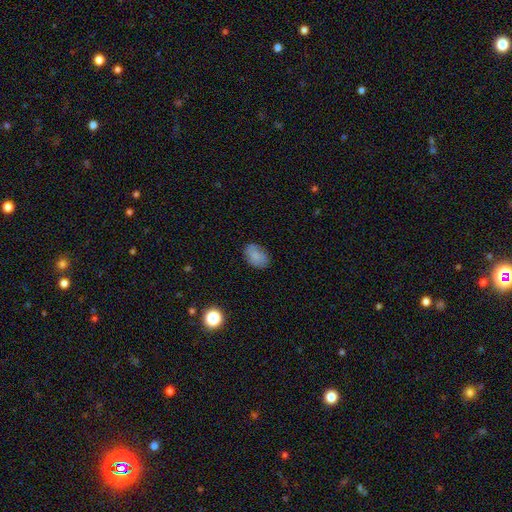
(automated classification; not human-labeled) Smooth or featured?
  - smooth: 78% *
  - featured or disk: 13%
  - star or artifact: 9%
How rounded?
  - in between: 78% *
  - round: 21%
  - cigar-shaped: 1%
Merging?
  - none: 79% *
  - minor disturbance: 16%
  - major disturbance: 4%
  - merger: 1%